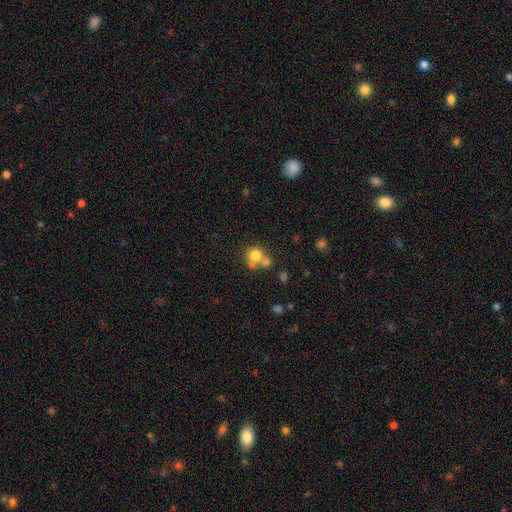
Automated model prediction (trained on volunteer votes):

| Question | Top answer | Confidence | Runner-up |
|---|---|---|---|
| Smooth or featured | smooth | 75% | featured or disk (13%) |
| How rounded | round | 84% | in between (15%) |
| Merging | none | 44% | merger (41%) |